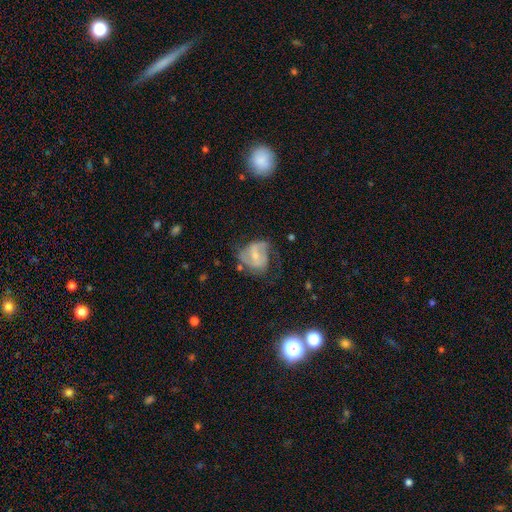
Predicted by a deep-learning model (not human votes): Morphology: type=featured or disk (65%); edge-on=no (97%); bar=weak (47%); spiral arms=yes (78%); bulge=small (48%); merging=none (45%).